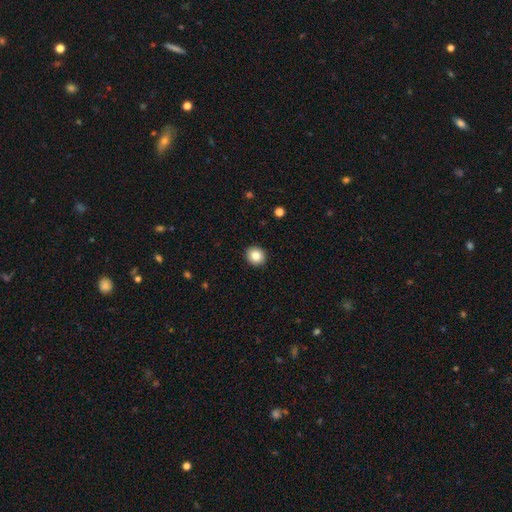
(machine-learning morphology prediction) smooth-or-featured: smooth: 83% | star or artifact: 10% | featured or disk: 7%
  how-rounded: round: 86% | in between: 13% | cigar-shaped: 1%
  merging: none: 93% | minor disturbance: 5% | major disturbance: 2% | merger: 1%